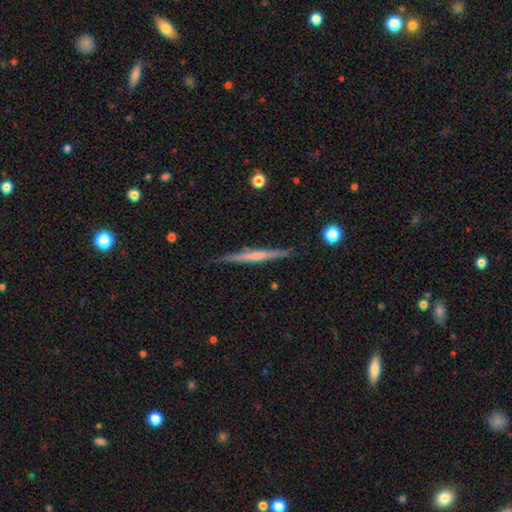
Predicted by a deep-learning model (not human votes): Smooth or featured: featured or disk — 60% (smooth — 35%)
Edge-on disk: yes — 98% (no — 2%)
Edge-on bulge: none — 65% (rounded — 21%)
Merging: none — 89% (minor disturbance — 8%)